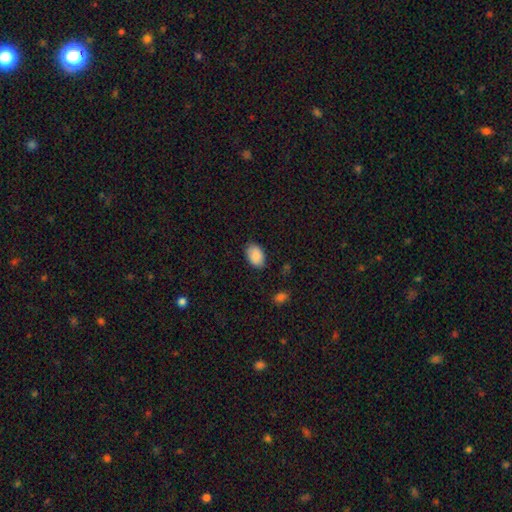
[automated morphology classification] Smooth or featured: smooth — 89% (star or artifact — 7%)
How rounded: in between — 88% (round — 11%)
Merging: none — 83% (minor disturbance — 13%)